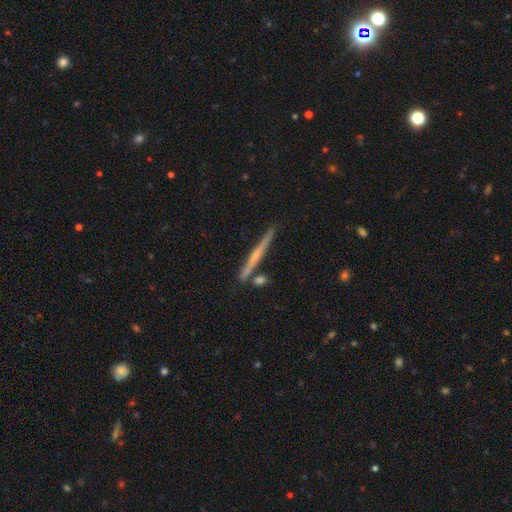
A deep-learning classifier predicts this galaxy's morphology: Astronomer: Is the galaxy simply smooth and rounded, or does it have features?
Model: featured or disk — 65%.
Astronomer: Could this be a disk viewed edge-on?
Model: yes — 98%.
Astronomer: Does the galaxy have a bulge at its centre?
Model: rounded — 53% (runner-up: none, 39%).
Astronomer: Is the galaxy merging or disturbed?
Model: none — 83%.